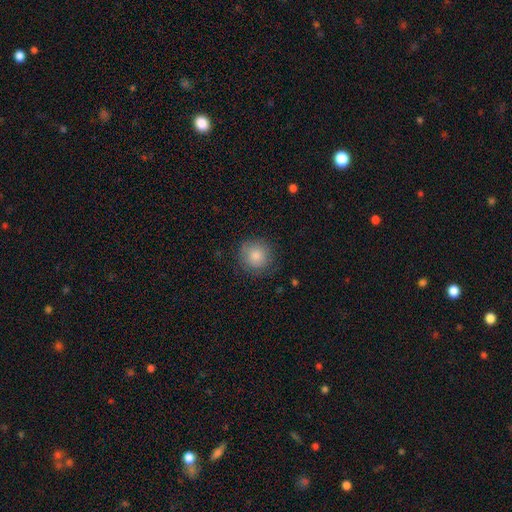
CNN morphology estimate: Overall: smooth (84%). How rounded: round (93%). Merging: none (83%).